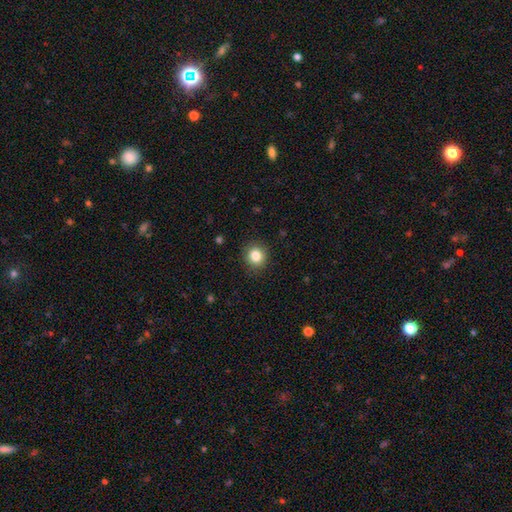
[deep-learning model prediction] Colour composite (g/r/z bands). It shows a smooth galaxy with no disk features (84%) that is round (85%). Merging: none (89%).